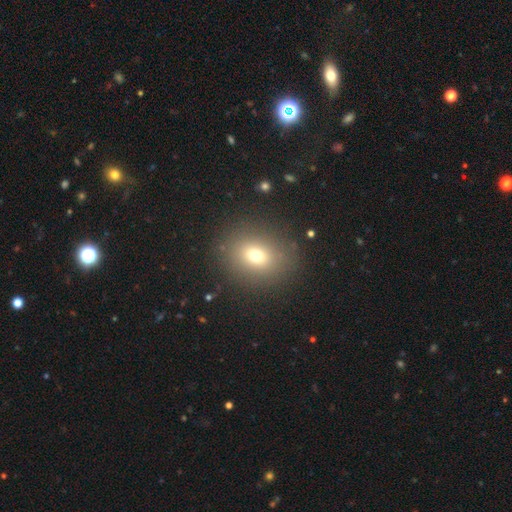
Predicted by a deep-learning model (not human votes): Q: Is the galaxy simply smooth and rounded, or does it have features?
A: smooth — 71%.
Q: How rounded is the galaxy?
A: round — 62%.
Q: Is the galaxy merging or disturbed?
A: none — 86%.